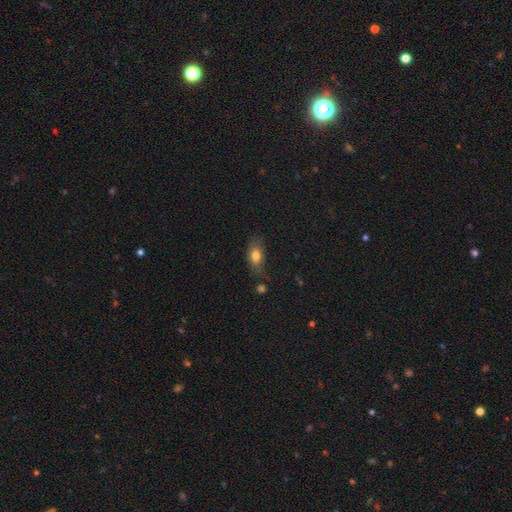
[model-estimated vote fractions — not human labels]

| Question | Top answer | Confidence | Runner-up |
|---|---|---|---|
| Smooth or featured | smooth | 78% | featured or disk (13%) |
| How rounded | in between | 84% | round (11%) |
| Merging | none | 57% | minor disturbance (27%) |